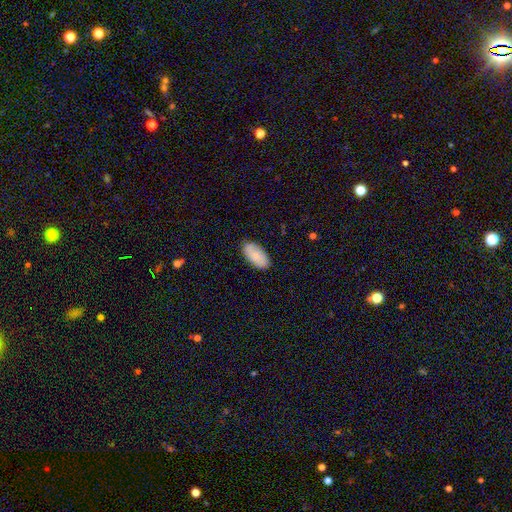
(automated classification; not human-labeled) smooth 84%, featured or disk 10%, star or artifact 6%. Down the decision tree: how rounded — in between (95%); merging — none (86%).